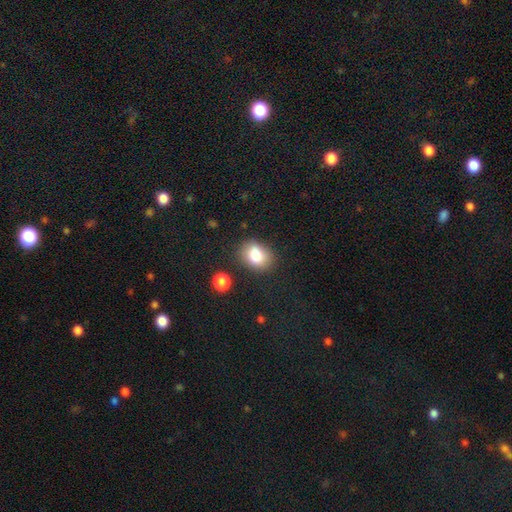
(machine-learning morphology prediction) Smooth or featured? smooth (82%)
How rounded? in between (58%)
Merging? none (78%)